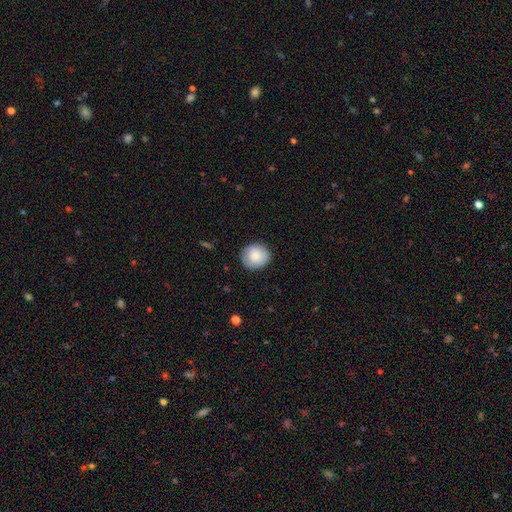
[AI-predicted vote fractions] This is clearly a smooth galaxy (84%). How rounded: clearly round (85%). Merging: clearly none (86%).